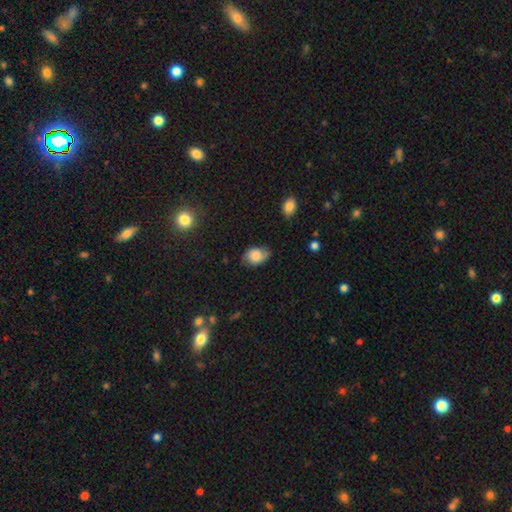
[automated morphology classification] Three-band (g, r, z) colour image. It shows a smooth galaxy with no disk features (62%) that is in between round and cigar-shaped (79%). Merging: none (64%).